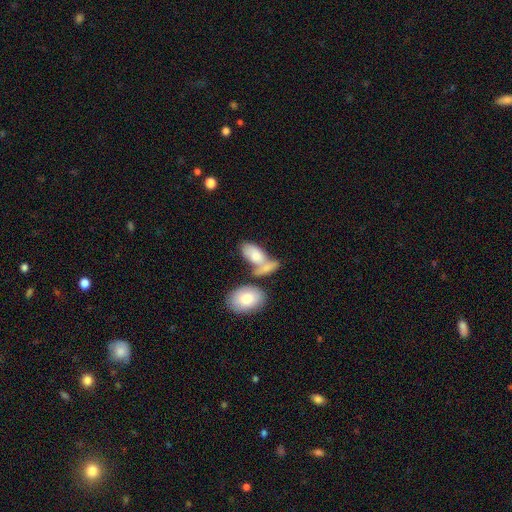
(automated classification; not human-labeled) A smooth galaxy with no disk features (75%) that is in between round and cigar-shaped (91%). Merging: merger (48%).